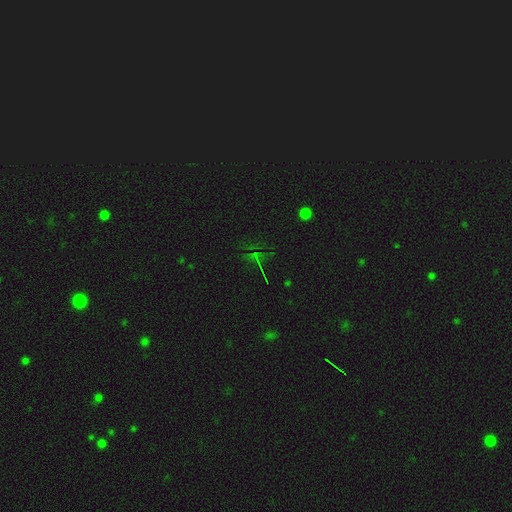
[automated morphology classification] Overall: star or artifact (71%).